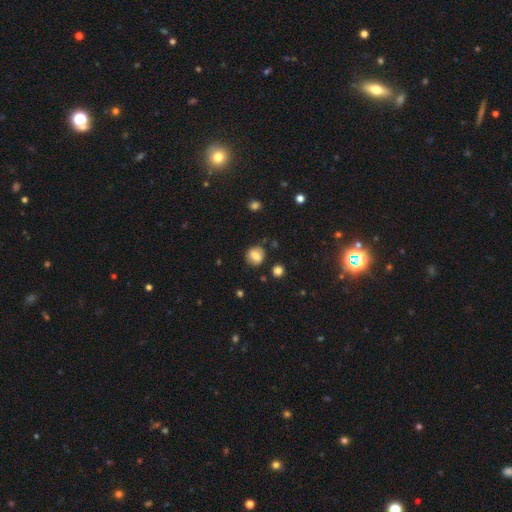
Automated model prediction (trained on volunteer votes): This is likely a smooth galaxy (73%). How rounded: likely round (70%). Merging: likely none (79%).